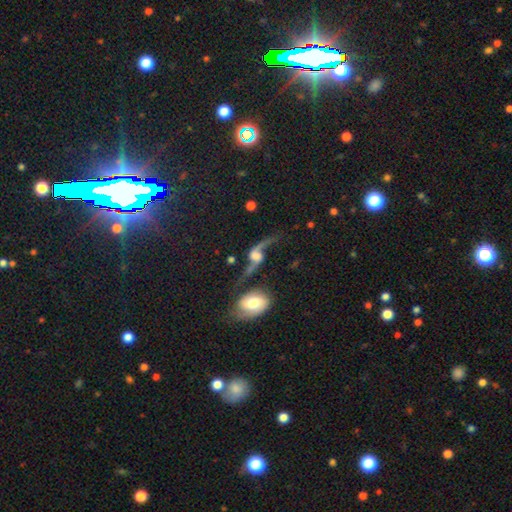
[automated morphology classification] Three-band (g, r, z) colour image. It shows a featured or disk galaxy (83%) with no bar (44%), 2 (91%) loose (90%) spiral arms (93%) and a moderate central bulge (34%). Merging: none (48%).